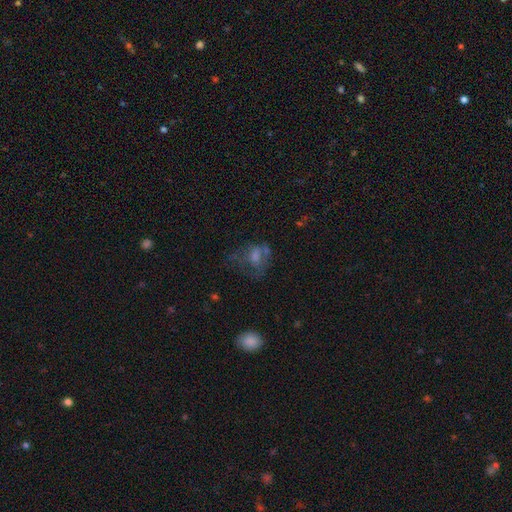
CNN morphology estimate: A smooth galaxy with no disk features (39%, tied with featured or disk).

Vote fractions:
- Smooth or featured? smooth: 39% (tied) / featured or disk: 39% (tied) / star or artifact: 22%
- Merging? none: 40% / major disturbance: 32% / minor disturbance: 20% / merger: 8%